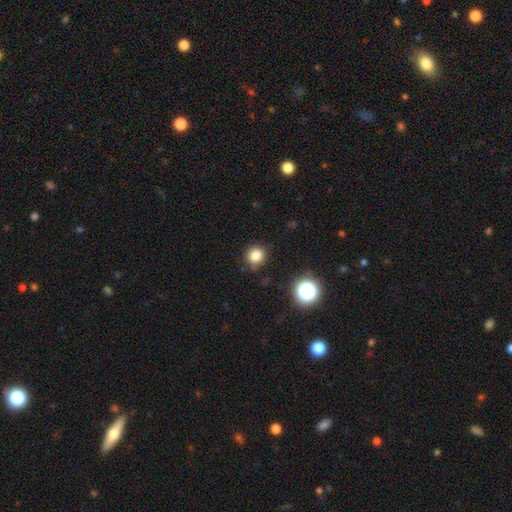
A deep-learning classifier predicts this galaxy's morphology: smooth_or_featured: smooth (p=0.81) [alt: star or artifact p=0.14]
how_rounded: round (p=0.88) [alt: in between p=0.11]
merging: none (p=0.83) [alt: minor disturbance p=0.12]